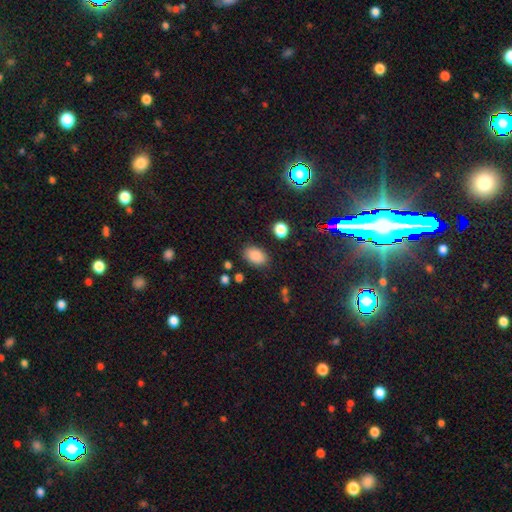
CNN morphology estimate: A smooth galaxy with no disk features (85%) that is in between round and cigar-shaped (84%). Merging: none (82%).